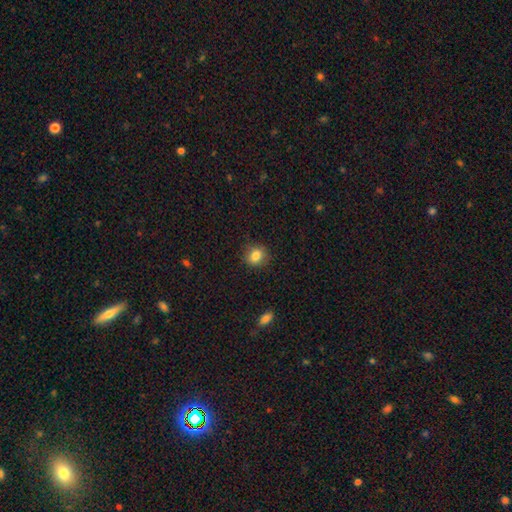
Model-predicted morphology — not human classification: The model was most divided on "how rounded": round: 73%, in between: 26%, cigar-shaped: 1%. More confident: merging — none (86%); smooth or featured — smooth (84%).